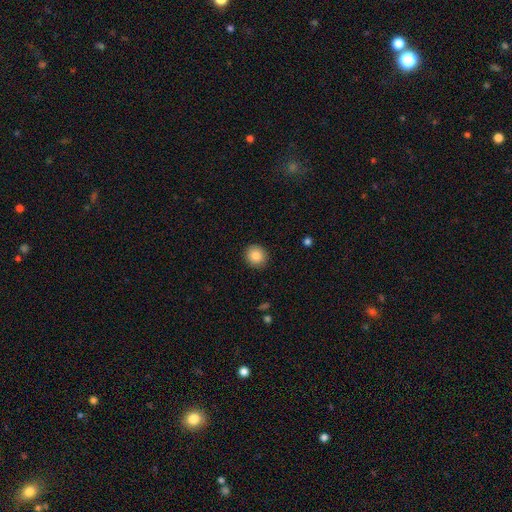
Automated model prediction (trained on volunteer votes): smooth_or_featured: smooth (p=0.87) [alt: star or artifact p=0.08]
how_rounded: round (p=0.83) [alt: in between p=0.16]
merging: none (p=0.91) [alt: minor disturbance p=0.06]